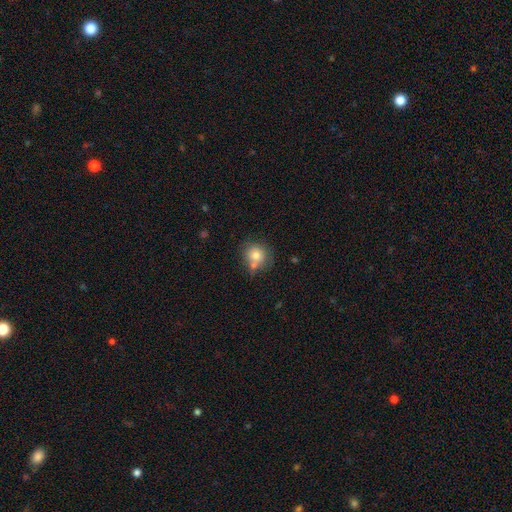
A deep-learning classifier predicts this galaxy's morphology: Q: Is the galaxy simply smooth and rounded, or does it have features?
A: smooth — 77%.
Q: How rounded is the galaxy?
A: round — 86%.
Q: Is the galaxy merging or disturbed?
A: none — 57%.